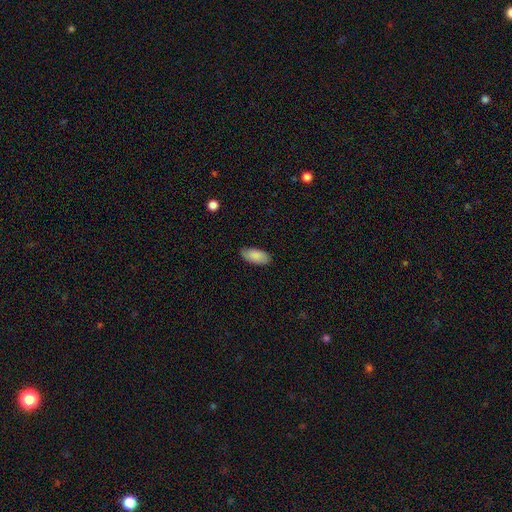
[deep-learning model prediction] smooth 85%, featured or disk 8%, star or artifact 6%. Down the decision tree: how rounded — in between (93%); merging — none (79%).